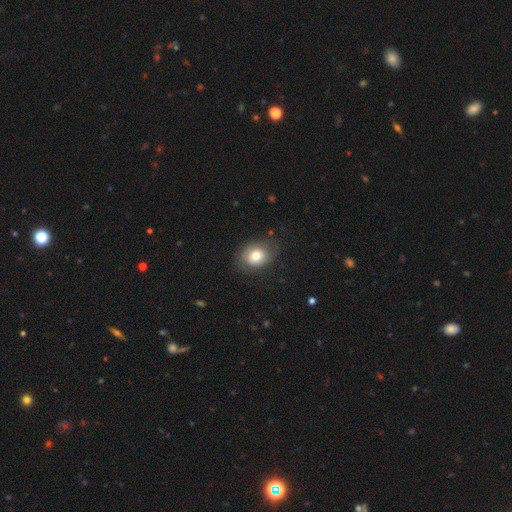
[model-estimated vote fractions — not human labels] Morphology: type=smooth (74%); roundness=in between (57%); merging=none (75%).